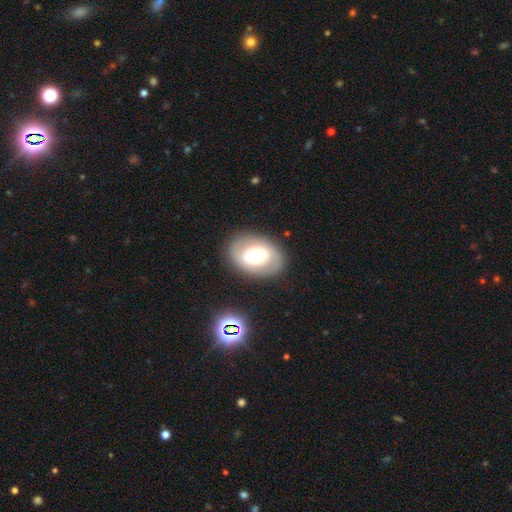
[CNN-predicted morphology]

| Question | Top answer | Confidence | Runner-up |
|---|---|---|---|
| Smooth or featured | smooth | 48% | featured or disk (44%) |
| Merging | none | 84% | minor disturbance (10%) |